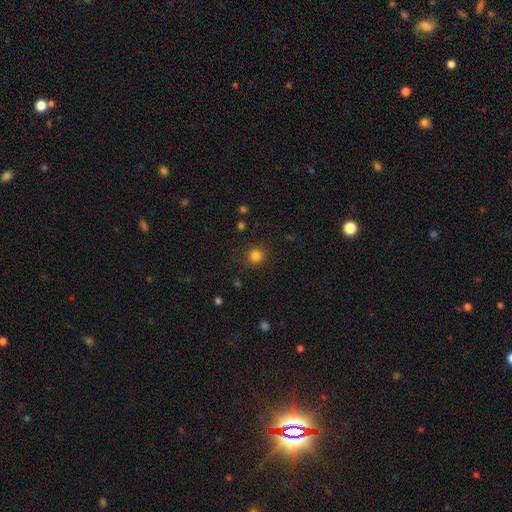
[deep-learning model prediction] Q: Smooth or featured?
A: smooth (82%); runner-up: star or artifact (14%)
Q: How rounded?
A: round (92%); runner-up: in between (7%)
Q: Merging?
A: none (88%); runner-up: minor disturbance (7%)